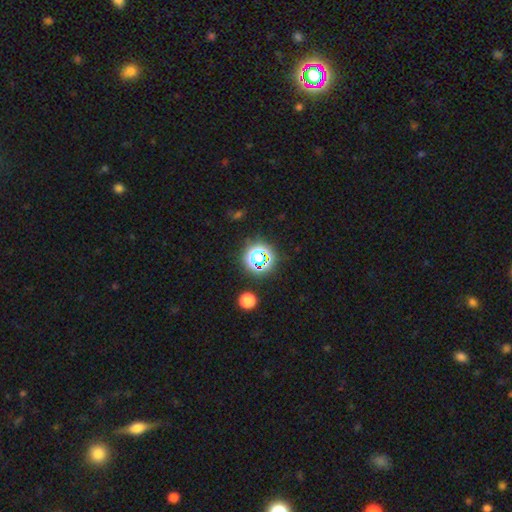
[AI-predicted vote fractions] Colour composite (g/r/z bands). It shows a star or artifact, not a galaxy (62%).